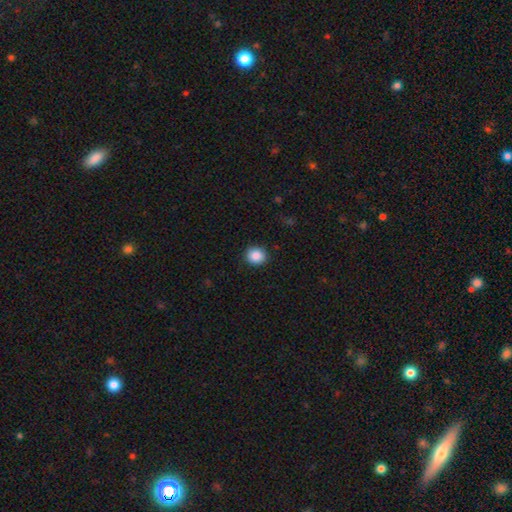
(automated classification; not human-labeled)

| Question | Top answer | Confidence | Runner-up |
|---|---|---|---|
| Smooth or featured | smooth | 87% | star or artifact (9%) |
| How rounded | round | 85% | in between (14%) |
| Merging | none | 90% | minor disturbance (7%) |